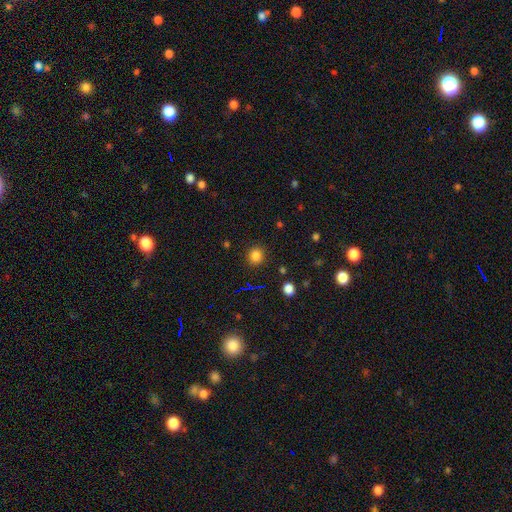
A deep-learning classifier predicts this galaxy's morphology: type=smooth (82%); roundness=round (84%); merging=none (90%).